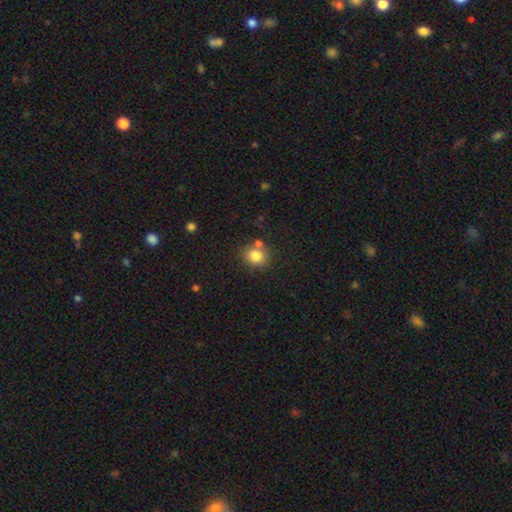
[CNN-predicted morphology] smooth 82%, star or artifact 11%, featured or disk 7%. Down the decision tree: how rounded — round (80%); merging — none (70%).